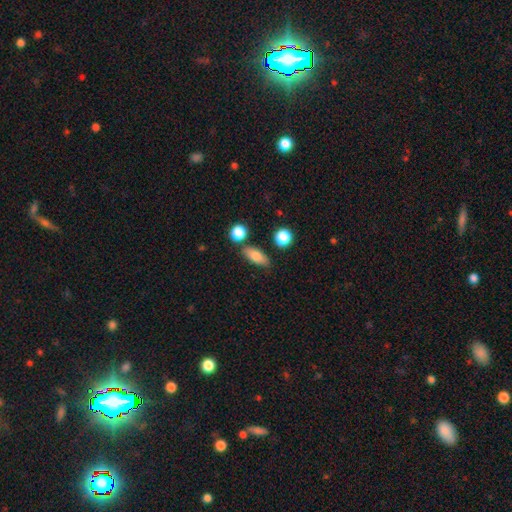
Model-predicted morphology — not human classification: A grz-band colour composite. It shows a smooth galaxy with no disk features (80%) that is in between round and cigar-shaped (75%). Merging: none (77%).